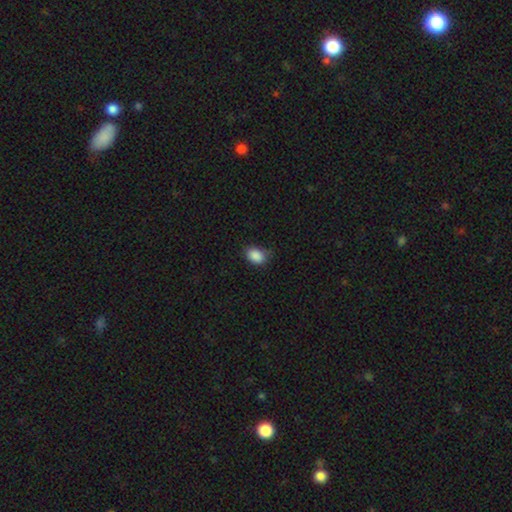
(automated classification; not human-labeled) This is clearly a smooth galaxy (88%). How rounded: likely in between (76%). Merging: likely none (72%).